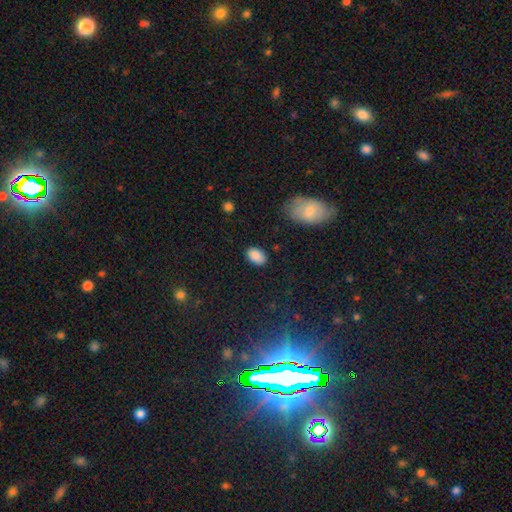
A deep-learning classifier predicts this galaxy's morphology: This appears to be a smooth galaxy with no disk features (86%) that is in between round and cigar-shaped (88%). Merging: none (82%).